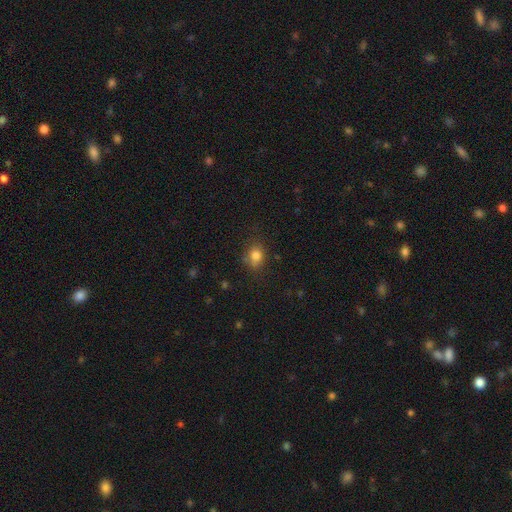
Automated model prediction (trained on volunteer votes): smooth 81%, star or artifact 12%, featured or disk 7%. Down the decision tree: how rounded — round (61%); merging — none (68%).